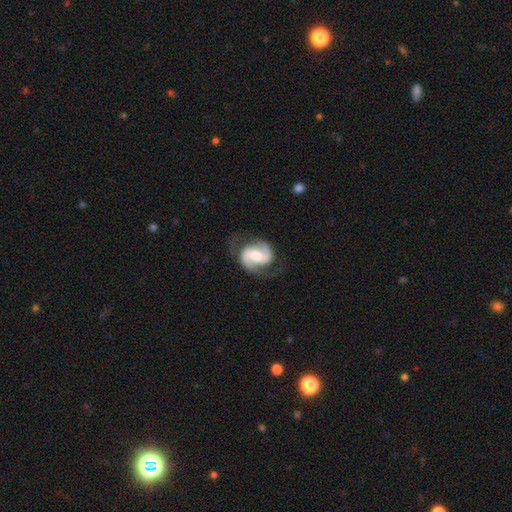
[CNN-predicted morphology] This is clearly a featured or disk galaxy (85%). It is clearly not viewed edge-on (98%). Bar: marginally weak (44%). Spiral arm pattern: clearly yes (96%). Spiral arm count: clearly 2 (92%). Spiral winding: possibly medium (53%). Central bulge: possibly moderate (56%). Merging: likely none (73%).